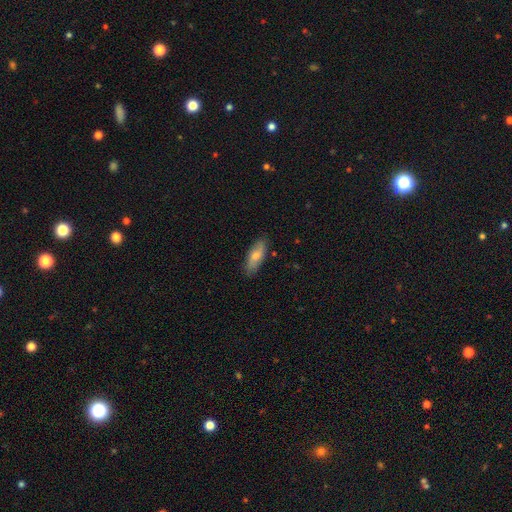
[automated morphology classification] A smooth galaxy with no disk features (63%) that is in between round and cigar-shaped (71%). Merging: none (84%).